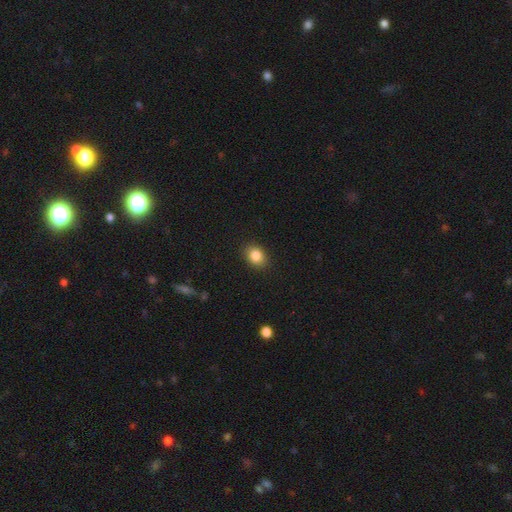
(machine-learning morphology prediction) type=smooth (85%); roundness=in between (61%); merging=none (88%).